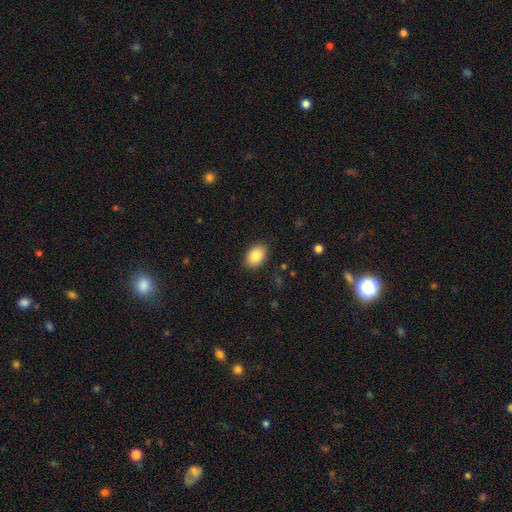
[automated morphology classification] Q: Smooth or featured?
A: smooth (87%); runner-up: star or artifact (7%)
Q: How rounded?
A: in between (85%); runner-up: round (14%)
Q: Merging?
A: none (88%); runner-up: minor disturbance (8%)